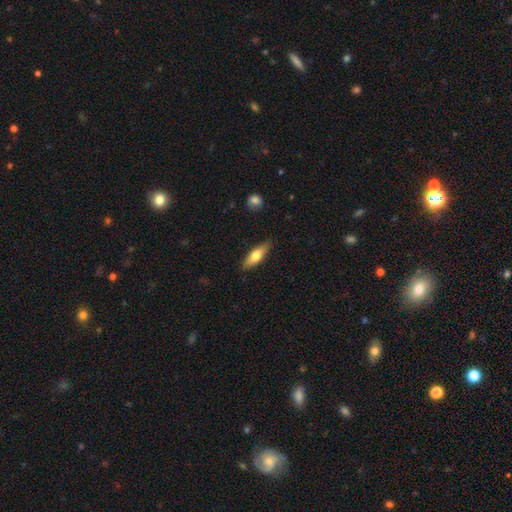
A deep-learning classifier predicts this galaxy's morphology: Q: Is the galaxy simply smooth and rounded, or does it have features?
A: smooth — 64%.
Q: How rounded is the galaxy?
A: in between — 49%.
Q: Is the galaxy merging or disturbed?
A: none — 86%.